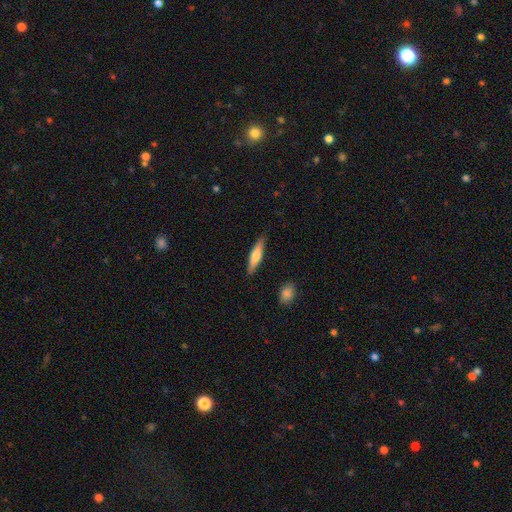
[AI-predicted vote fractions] smooth-or-featured: smooth: 59% | featured or disk: 35% | star or artifact: 6%
  how-rounded: cigar-shaped: 80% | in between: 18% | round: 2%
  merging: none: 87% | minor disturbance: 9% | major disturbance: 2% | merger: 2%